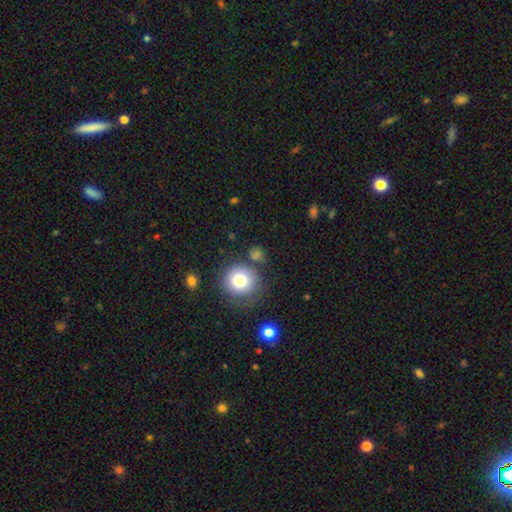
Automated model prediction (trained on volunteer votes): This appears to be a smooth galaxy with no disk features (79%) that is round (86%). Merging: none (70%).